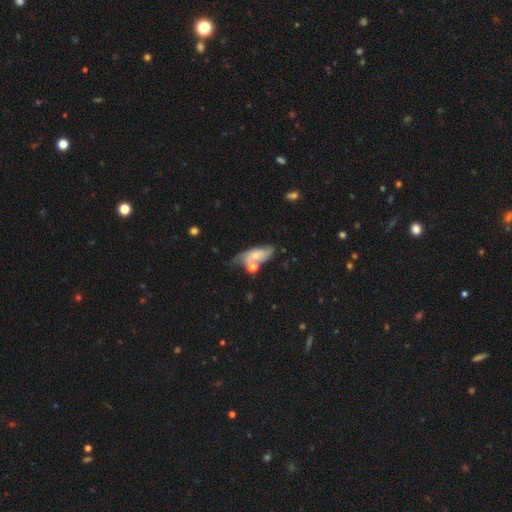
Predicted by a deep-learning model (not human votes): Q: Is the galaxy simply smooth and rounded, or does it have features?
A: smooth — 58%.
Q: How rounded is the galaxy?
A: in between — 77%.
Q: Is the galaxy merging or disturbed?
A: none — 39%.